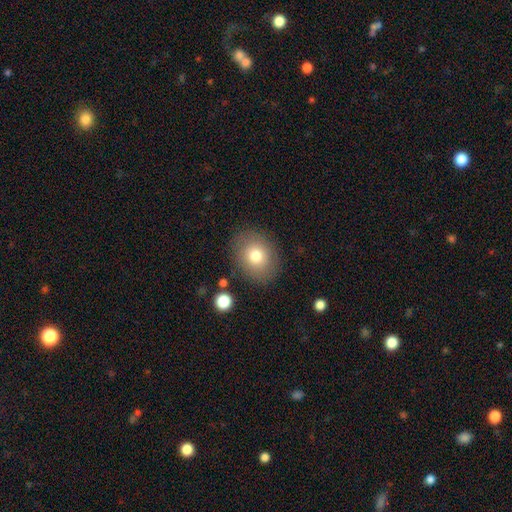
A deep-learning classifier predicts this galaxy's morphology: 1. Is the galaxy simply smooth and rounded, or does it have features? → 77% smooth, 13% featured or disk, 10% star or artifact.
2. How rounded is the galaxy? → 51% round, 48% in between, 1% cigar-shaped.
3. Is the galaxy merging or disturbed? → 84% none, 10% minor disturbance, 4% major disturbance, 2% merger.